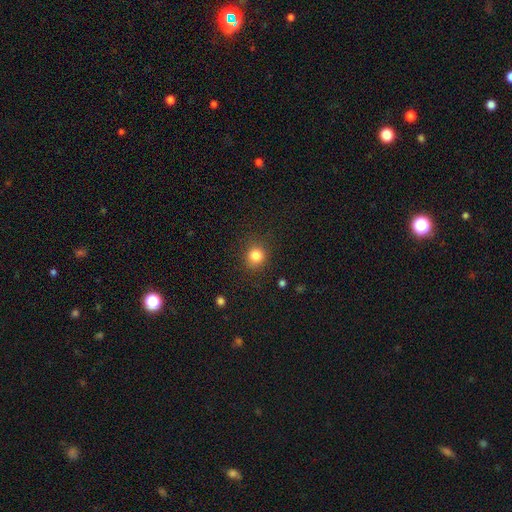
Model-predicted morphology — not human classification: smooth-or-featured: smooth: 83% | star or artifact: 12% | featured or disk: 5%
  how-rounded: round: 87% | in between: 12% | cigar-shaped: 1%
  merging: none: 87% | minor disturbance: 9% | major disturbance: 3% | merger: 1%